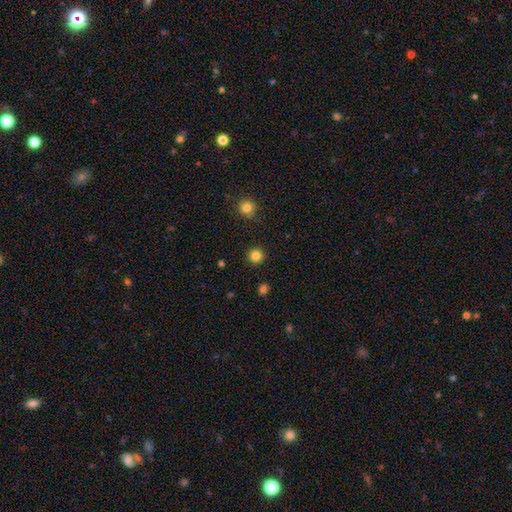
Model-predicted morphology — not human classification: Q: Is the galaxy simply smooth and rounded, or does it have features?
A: smooth — 83%.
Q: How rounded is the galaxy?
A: round — 95%.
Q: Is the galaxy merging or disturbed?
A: none — 92%.